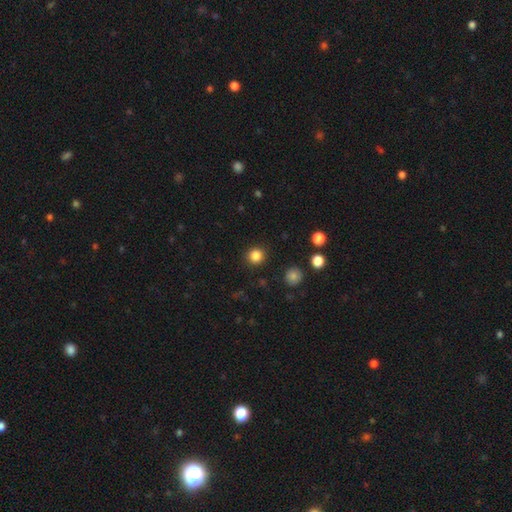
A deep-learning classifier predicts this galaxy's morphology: This is clearly a smooth galaxy (85%). How rounded: clearly round (92%). Merging: clearly none (91%).